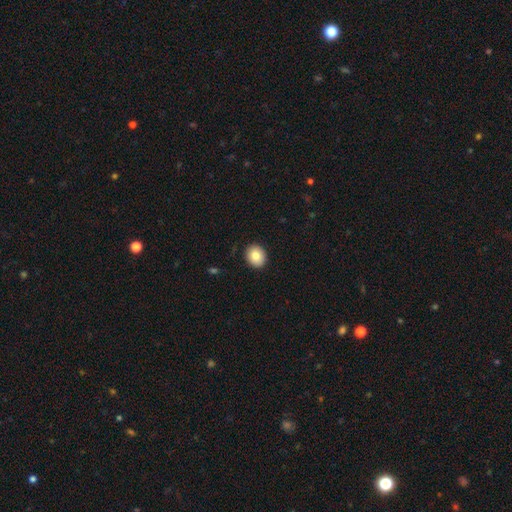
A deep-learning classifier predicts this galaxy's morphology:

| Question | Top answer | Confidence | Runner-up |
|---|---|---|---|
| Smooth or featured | smooth | 82% | featured or disk (10%) |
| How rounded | round | 64% | in between (35%) |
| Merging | none | 91% | minor disturbance (6%) |